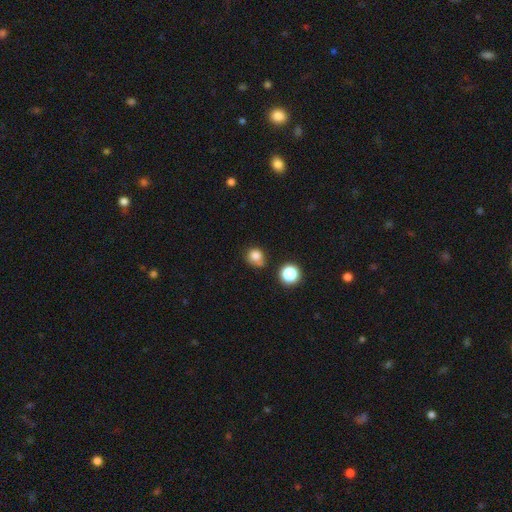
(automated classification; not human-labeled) Smooth or featured? Predicted: smooth (p=0.81). How rounded? Predicted: round (p=0.79). Merging? Predicted: none (p=0.58).